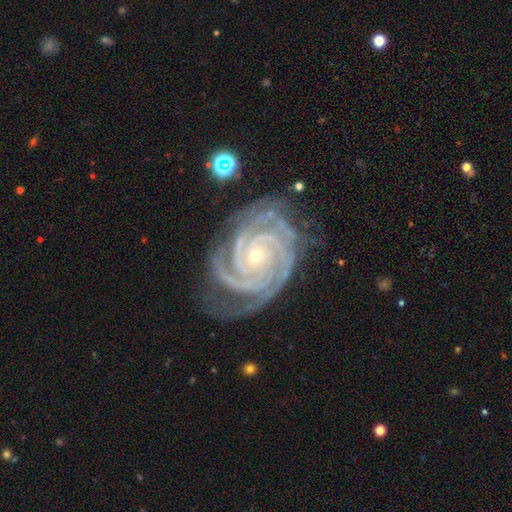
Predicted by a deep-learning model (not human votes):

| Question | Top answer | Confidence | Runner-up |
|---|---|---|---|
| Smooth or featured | featured or disk | 93% | star or artifact (5%) |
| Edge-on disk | no | 98% | yes (2%) |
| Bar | no | 70% | weak (19%) |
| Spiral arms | yes | 99% | no (1%) |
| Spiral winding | tight | 83% | medium (15%) |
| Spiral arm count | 3 | 37% | 4 (23%) |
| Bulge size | small | 77% | moderate (20%) |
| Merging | none | 72% | minor disturbance (20%) |